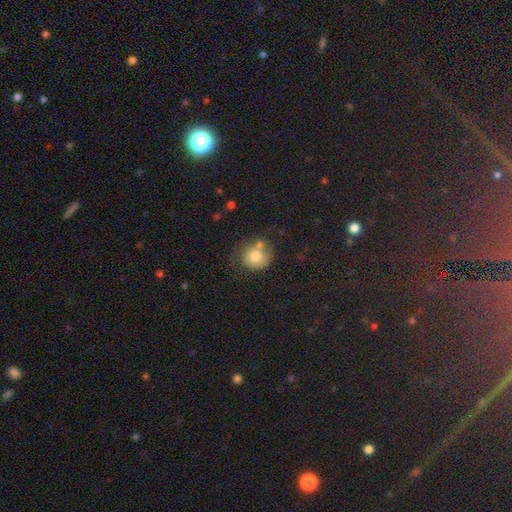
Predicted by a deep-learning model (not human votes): smooth-or-featured: smooth: 74% | featured or disk: 17% | star or artifact: 9%
  how-rounded: round: 83% | in between: 16% | cigar-shaped: 1%
  merging: none: 49% | merger: 21% | minor disturbance: 21% | major disturbance: 10%